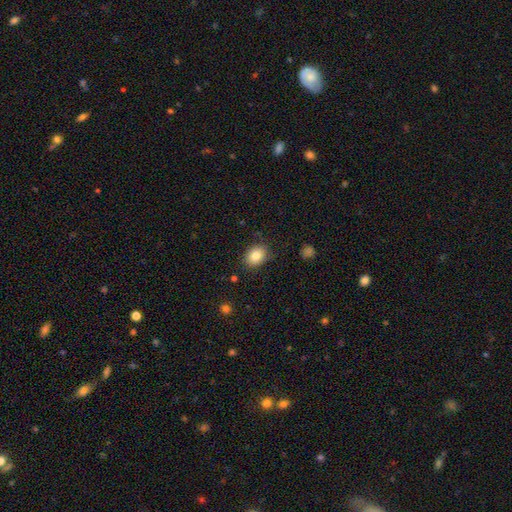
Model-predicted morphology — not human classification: smooth-or-featured: smooth: 84% | star or artifact: 9% | featured or disk: 7%
  how-rounded: in between: 67% | round: 32% | cigar-shaped: 1%
  merging: none: 83% | minor disturbance: 12% | major disturbance: 3% | merger: 1%